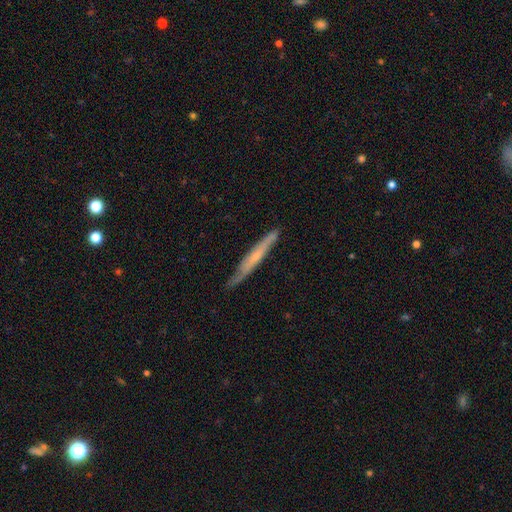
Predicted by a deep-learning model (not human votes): Smooth or featured? featured or disk (59%)
Edge-on disk? yes (85%)
Edge-on bulge? none (58%)
Merging? none (77%)